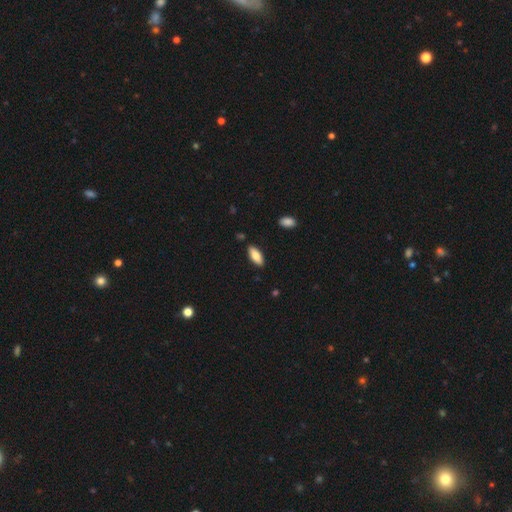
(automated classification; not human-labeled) Smooth or featured: smooth — 80% (featured or disk — 14%)
How rounded: in between — 81% (cigar-shaped — 17%)
Merging: none — 87% (minor disturbance — 9%)